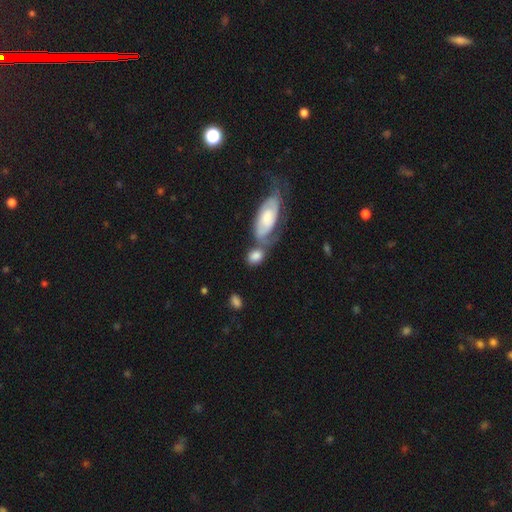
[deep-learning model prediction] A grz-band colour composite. It shows a smooth galaxy with no disk features (73%) that is in between round and cigar-shaped (74%). Merging: merger (43%).